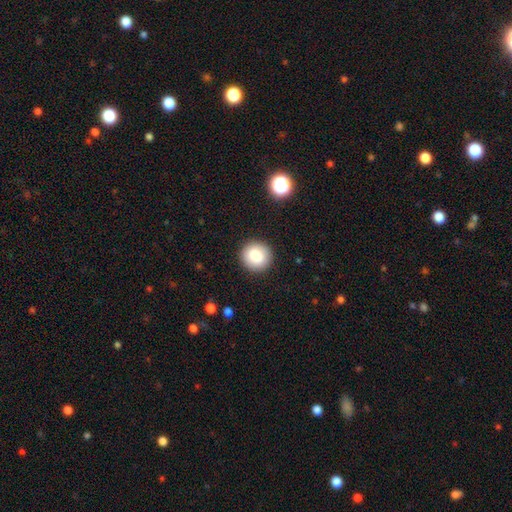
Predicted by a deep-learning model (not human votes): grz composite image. It shows a smooth galaxy with no disk features (85%) that is round (93%). Merging: none (91%).